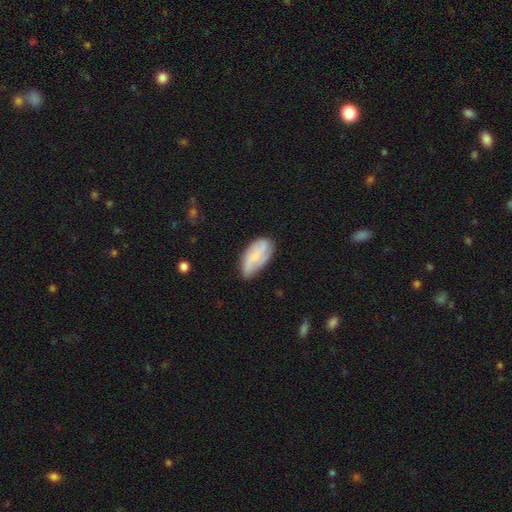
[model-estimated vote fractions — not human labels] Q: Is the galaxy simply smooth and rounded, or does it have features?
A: smooth — 56%.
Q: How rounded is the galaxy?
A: in between — 91%.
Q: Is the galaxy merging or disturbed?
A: none — 58%.